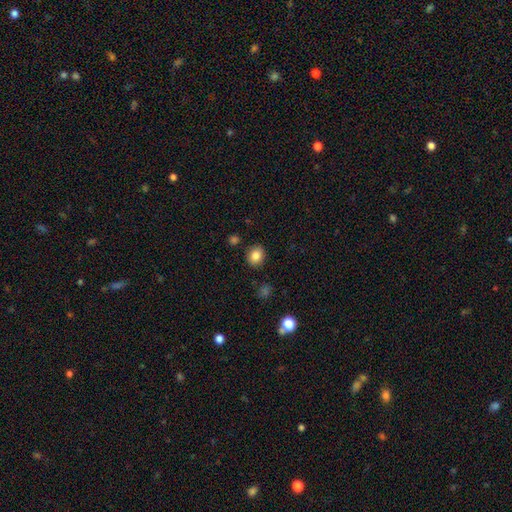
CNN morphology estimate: Overall: smooth (84%). How rounded: round (69%; in between 30%). Merging: none (88%).